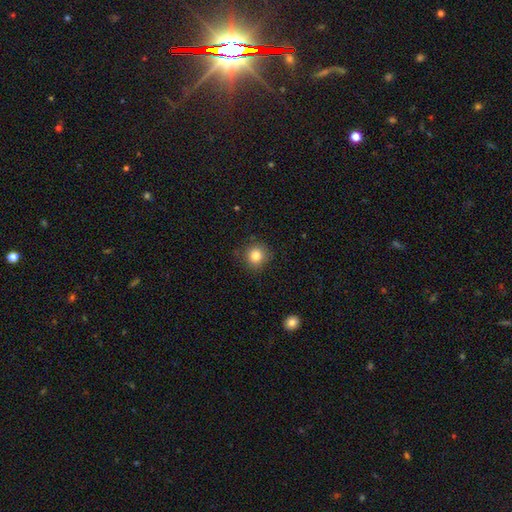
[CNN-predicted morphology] This appears to be a smooth galaxy with no disk features (84%) that is round (88%). Merging: none (85%).